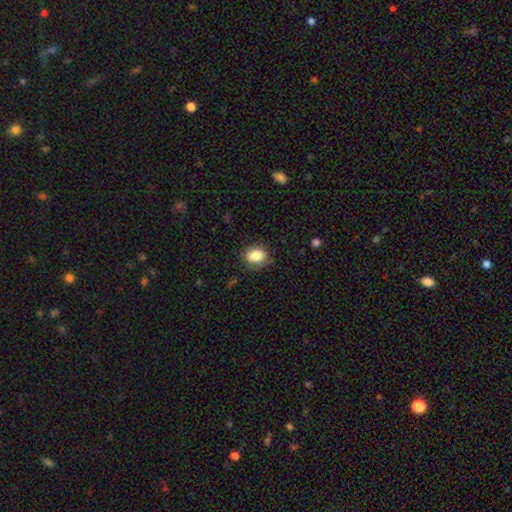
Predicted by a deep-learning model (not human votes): Smooth or featured? Predicted: smooth (p=0.85). How rounded? Predicted: in between (p=0.63). Merging? Predicted: none (p=0.74).